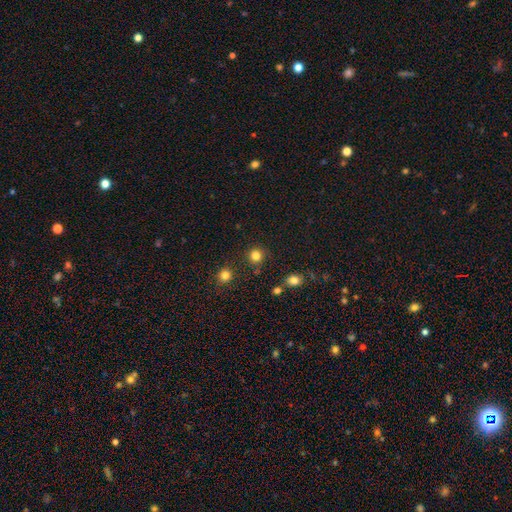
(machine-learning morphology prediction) smooth_or_featured: smooth (p=0.82) [alt: star or artifact p=0.14]
how_rounded: round (p=0.93) [alt: in between p=0.06]
merging: none (p=0.85) [alt: minor disturbance p=0.08]